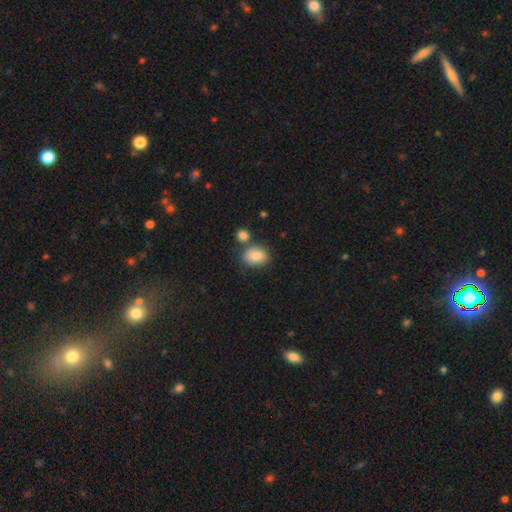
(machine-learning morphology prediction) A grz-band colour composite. It shows a smooth galaxy with no disk features (83%) that is in between round and cigar-shaped (63%). Merging: none (61%).